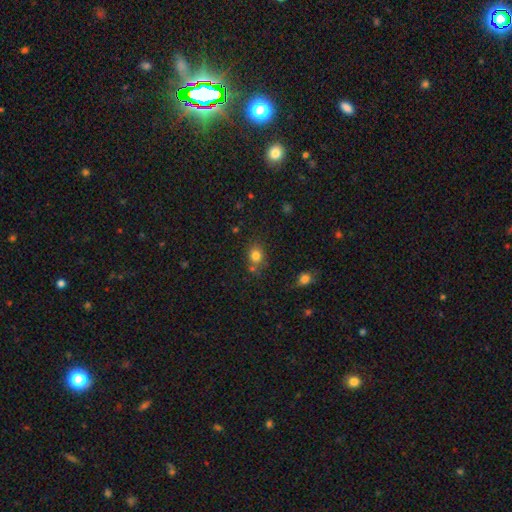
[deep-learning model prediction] Morphology: type=smooth (80%); roundness=round (68%); merging=none (67%).